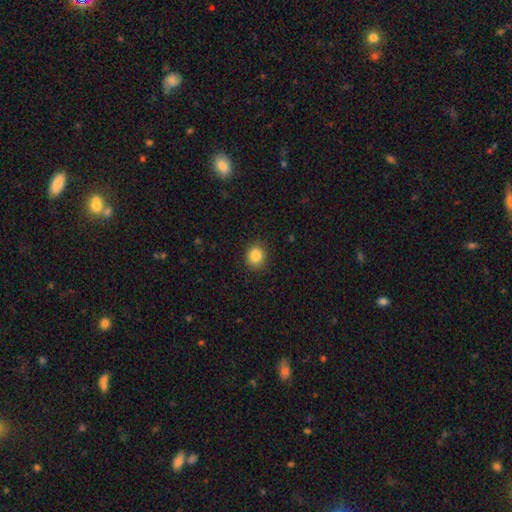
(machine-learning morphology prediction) smooth-or-featured: smooth: 86% | star or artifact: 10% | featured or disk: 5%
  how-rounded: round: 82% | in between: 18% | cigar-shaped: 1%
  merging: none: 88% | minor disturbance: 8% | major disturbance: 2% | merger: 1%